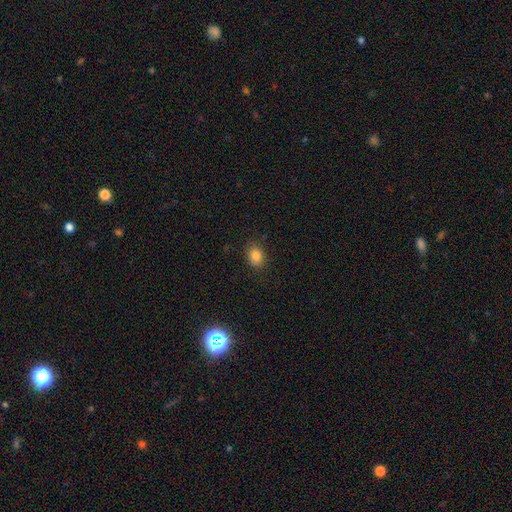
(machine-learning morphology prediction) smooth_or_featured: smooth (p=0.84) [alt: star or artifact p=0.11]
how_rounded: in between (p=0.67) [alt: round p=0.32]
merging: none (p=0.84) [alt: minor disturbance p=0.12]